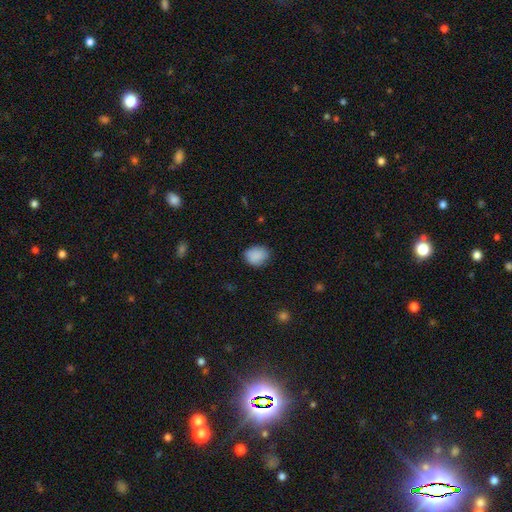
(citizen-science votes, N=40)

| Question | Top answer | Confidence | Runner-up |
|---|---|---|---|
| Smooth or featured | smooth | 85% | featured or disk (10%) |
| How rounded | in between | 71% | round (29%) |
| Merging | none | 74% | minor disturbance (24%) |